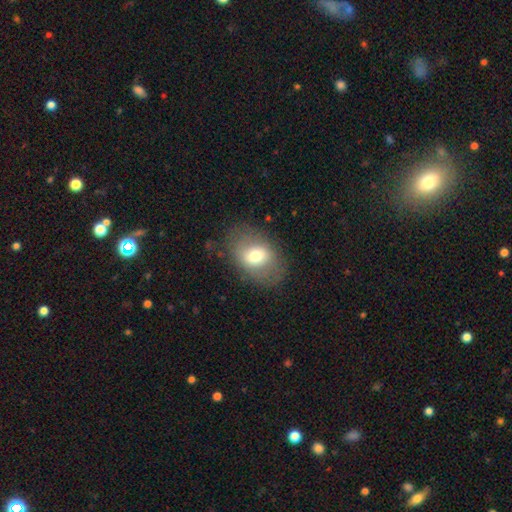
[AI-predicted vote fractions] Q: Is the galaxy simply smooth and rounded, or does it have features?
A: smooth — 64%.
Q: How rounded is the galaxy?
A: in between — 76%.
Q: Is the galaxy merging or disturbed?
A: none — 76%.